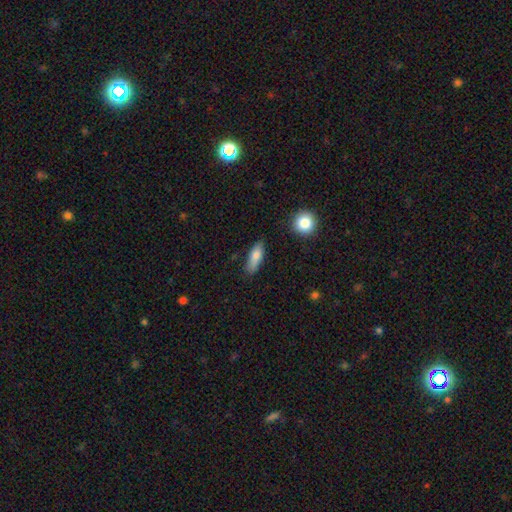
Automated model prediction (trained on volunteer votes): smooth-or-featured: smooth: 76% | featured or disk: 16% | star or artifact: 7%
  how-rounded: in between: 58% | cigar-shaped: 38% | round: 4%
  merging: none: 77% | minor disturbance: 17% | major disturbance: 3% | merger: 3%